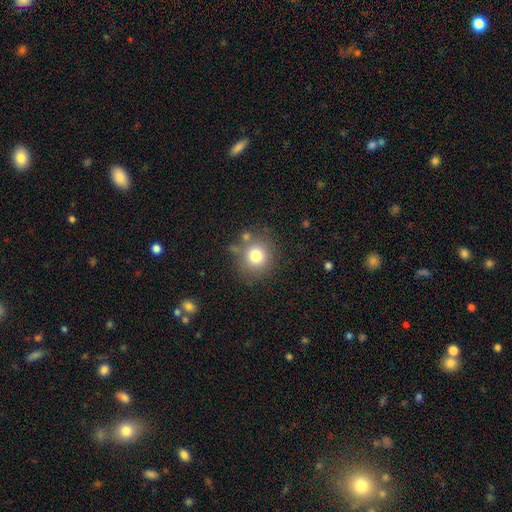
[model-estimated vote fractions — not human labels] A smooth galaxy with no disk features (77%) that is round (89%). Merging: none (76%).